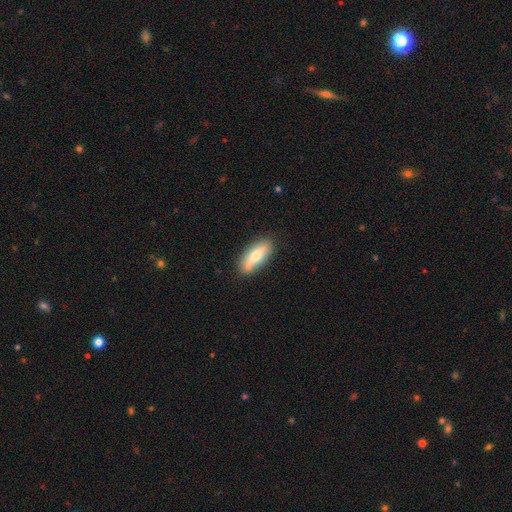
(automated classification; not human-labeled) smooth 67%, featured or disk 27%, star or artifact 6%. Down the decision tree: how rounded — in between (73%); merging — none (79%).